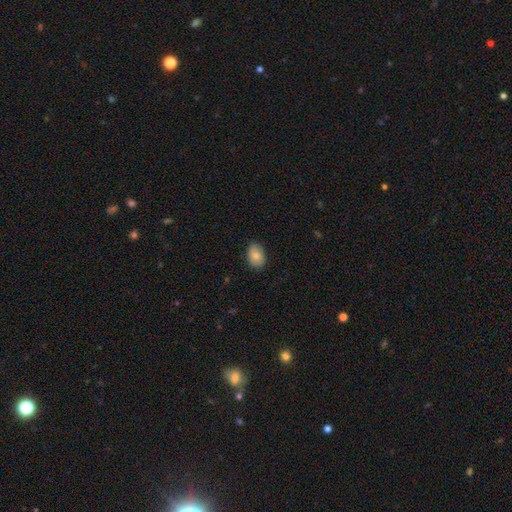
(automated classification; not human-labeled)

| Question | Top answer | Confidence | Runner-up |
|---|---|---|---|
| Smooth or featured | smooth | 83% | featured or disk (10%) |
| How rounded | in between | 81% | round (18%) |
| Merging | none | 85% | minor disturbance (12%) |